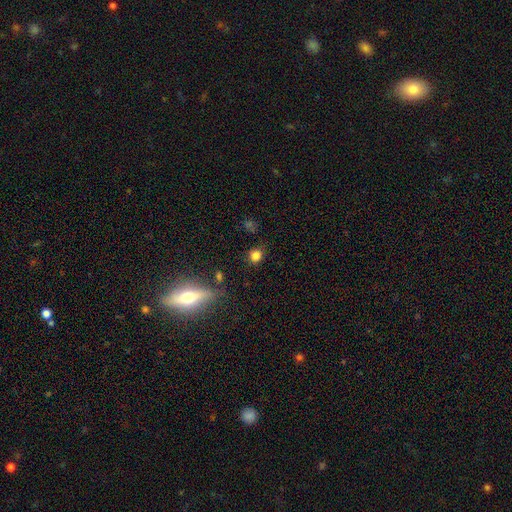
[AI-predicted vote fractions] This appears to be a smooth galaxy with no disk features (80%) that is round (79%). Merging: none (81%).